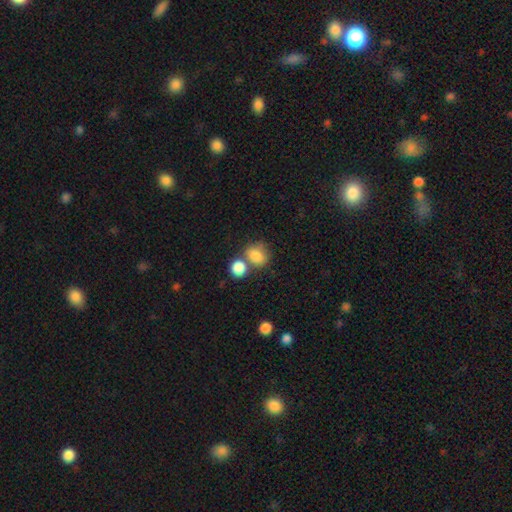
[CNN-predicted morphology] smooth_or_featured: smooth (p=0.83) [alt: star or artifact p=0.09]
how_rounded: round (p=0.60) [alt: in between p=0.38]
merging: none (p=0.44) [alt: merger p=0.39]